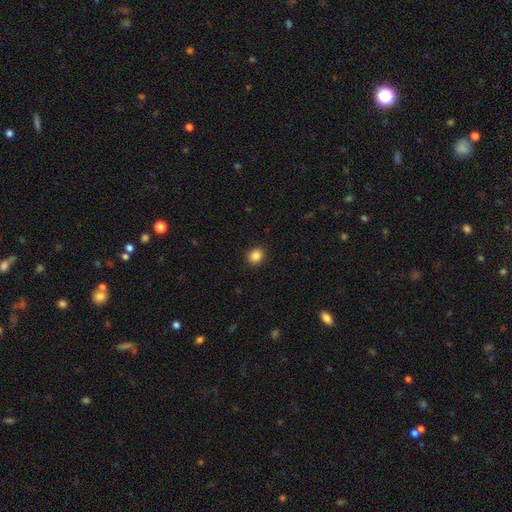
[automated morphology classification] The model was most divided on "how rounded": round: 79%, in between: 20%, cigar-shaped: 1%. More confident: merging — none (92%); smooth or featured — smooth (86%).